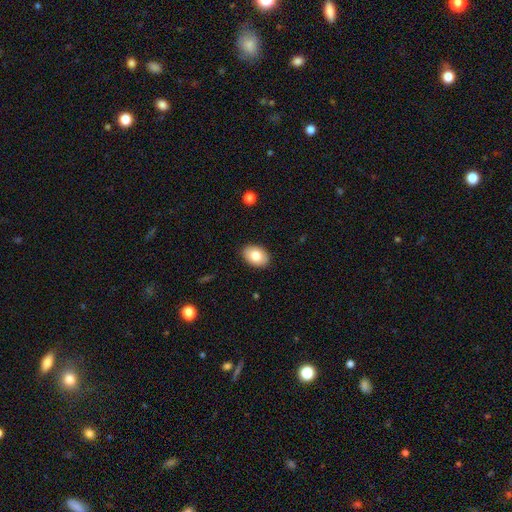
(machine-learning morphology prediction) smooth_or_featured: smooth (p=0.81) [alt: featured or disk p=0.12]
how_rounded: in between (p=0.85) [alt: round p=0.14]
merging: none (p=0.89) [alt: minor disturbance p=0.08]